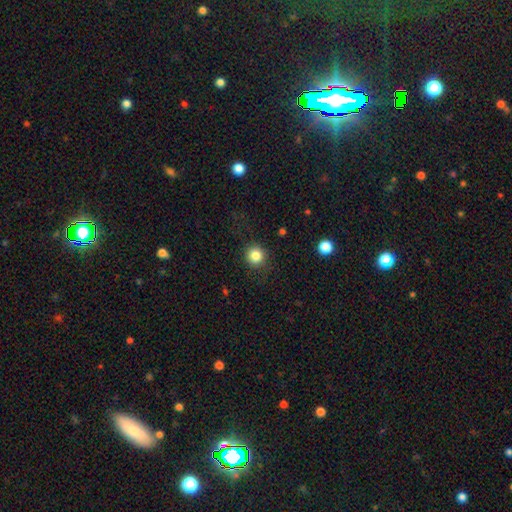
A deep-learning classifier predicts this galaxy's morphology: A smooth galaxy with no disk features (84%) that is round (93%). Merging: none (88%).